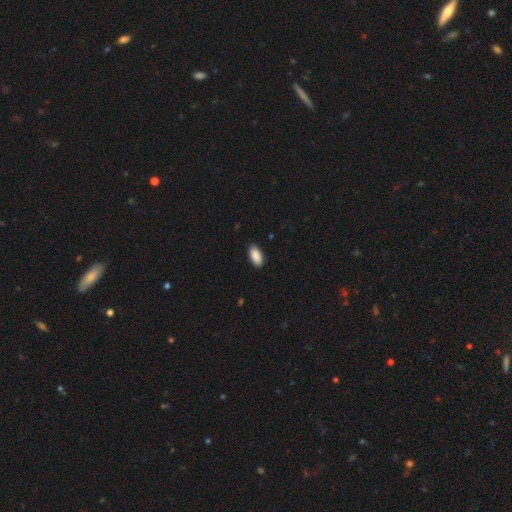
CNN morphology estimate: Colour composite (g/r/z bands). It shows a smooth galaxy with no disk features (90%) that is in between round and cigar-shaped (94%). Merging: none (87%).